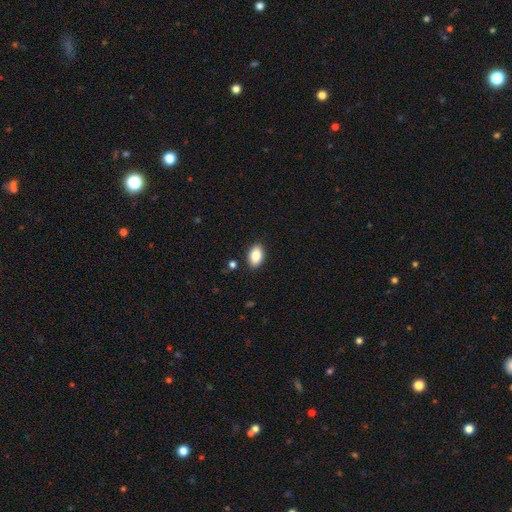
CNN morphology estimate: Overall: smooth (86%). How rounded: in between (91%). Merging: none (88%).